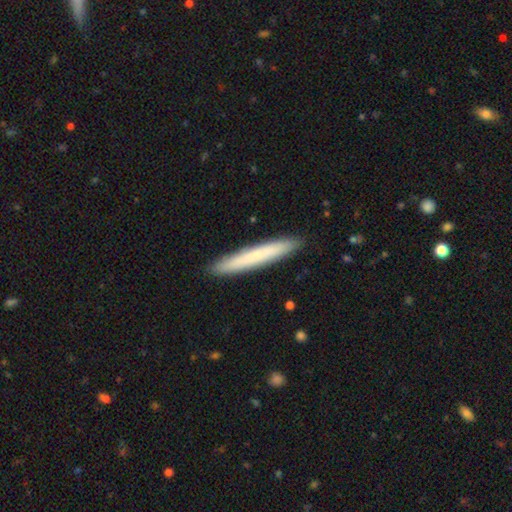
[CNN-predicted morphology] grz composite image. It shows a smooth galaxy with no disk features (70%) that is cigar-shaped (96%). Merging: none (92%).